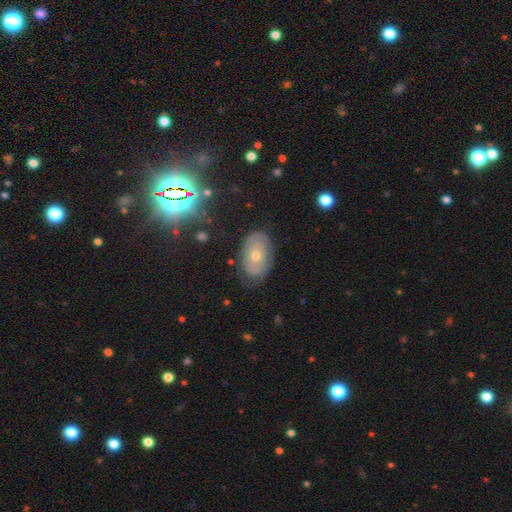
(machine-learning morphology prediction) Smooth or featured? featured or disk (52%)
Edge-on disk? no (92%)
Merging? none (80%)